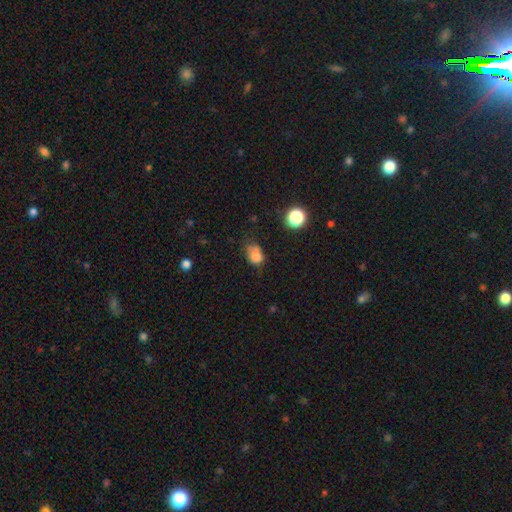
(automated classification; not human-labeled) Smooth or featured?
  - smooth: 78% *
  - star or artifact: 13%
  - featured or disk: 10%
How rounded?
  - in between: 59% *
  - round: 40%
  - cigar-shaped: 1%
Merging?
  - none: 41% *
  - minor disturbance: 36%
  - major disturbance: 16%
  - merger: 6%